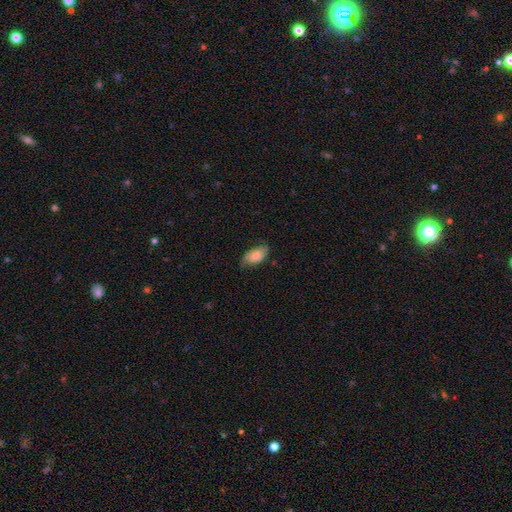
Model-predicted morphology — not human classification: The model was most divided on "merging": none: 65%, minor disturbance: 27%, major disturbance: 7%, merger: 1%. More confident: how rounded — in between (92%); smooth or featured — smooth (78%).